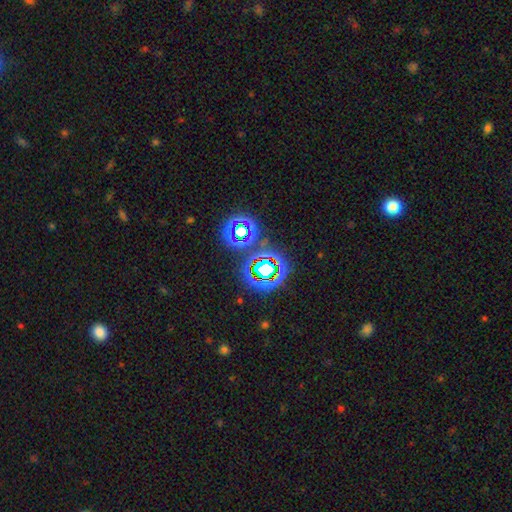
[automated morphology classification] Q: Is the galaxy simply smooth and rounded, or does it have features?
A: star or artifact — 68%.